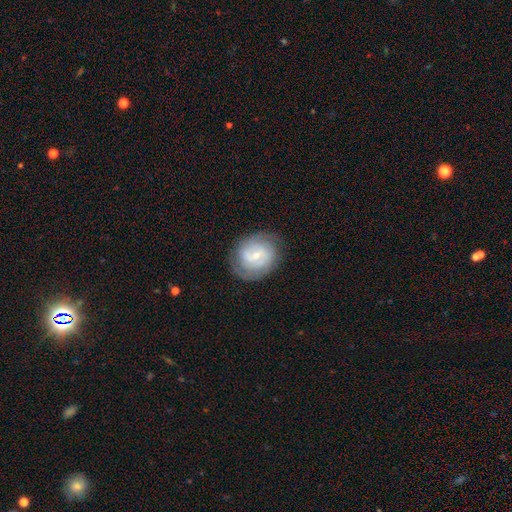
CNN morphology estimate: A featured or disk galaxy (72%) with a weak bar (50%), 2 (42%) tight (57%) spiral arms (89%) and a small central bulge (66%). Merging: none (77%).